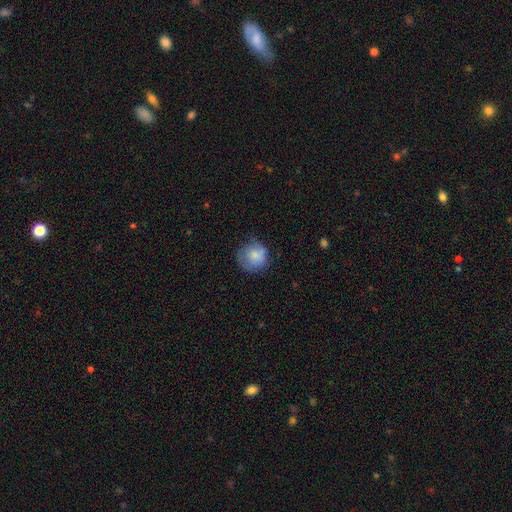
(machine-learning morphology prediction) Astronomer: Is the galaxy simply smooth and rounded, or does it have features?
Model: smooth — 74%.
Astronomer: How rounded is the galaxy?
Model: round — 86%.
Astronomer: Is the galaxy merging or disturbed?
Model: none — 57%.